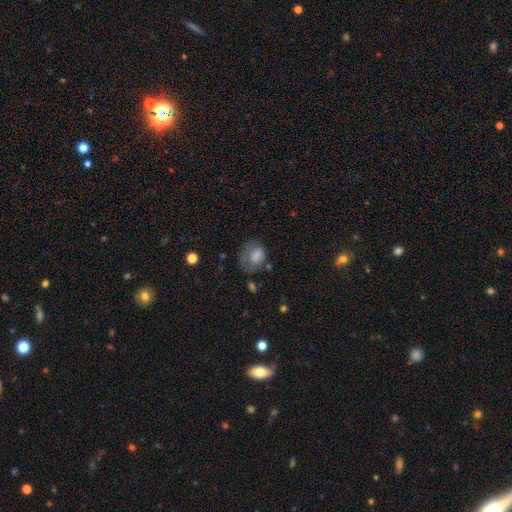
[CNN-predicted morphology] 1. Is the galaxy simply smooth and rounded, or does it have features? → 70% smooth, 20% featured or disk, 10% star or artifact.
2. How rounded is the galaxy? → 63% in between, 35% round, 1% cigar-shaped.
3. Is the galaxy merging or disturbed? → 37% none, 30% major disturbance, 29% minor disturbance, 3% merger.